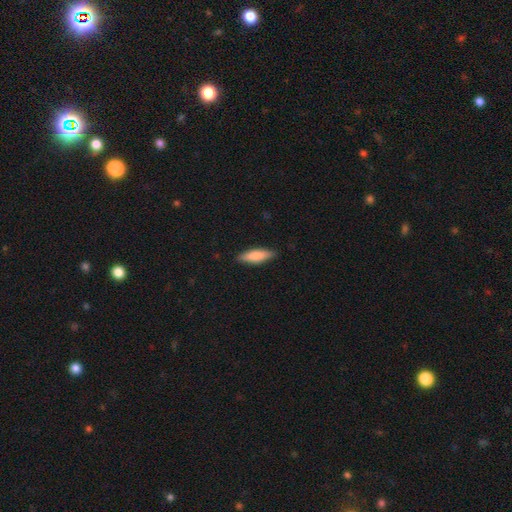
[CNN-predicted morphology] Smooth or featured: smooth — 80% (featured or disk — 15%)
How rounded: cigar-shaped — 55% (in between — 43%)
Merging: none — 88% (minor disturbance — 10%)